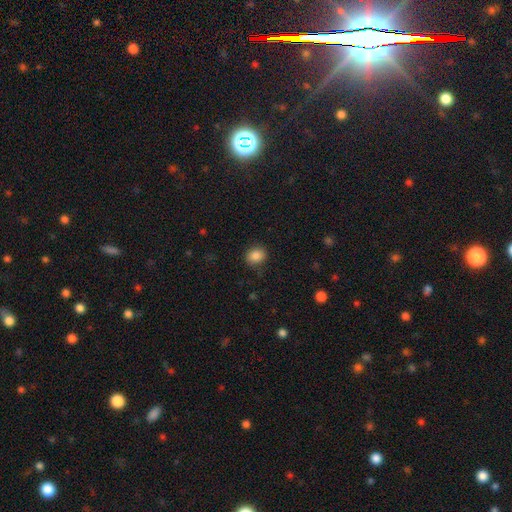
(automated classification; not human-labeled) This is clearly a smooth galaxy (86%). How rounded: possibly round (57%). Merging: clearly none (86%).